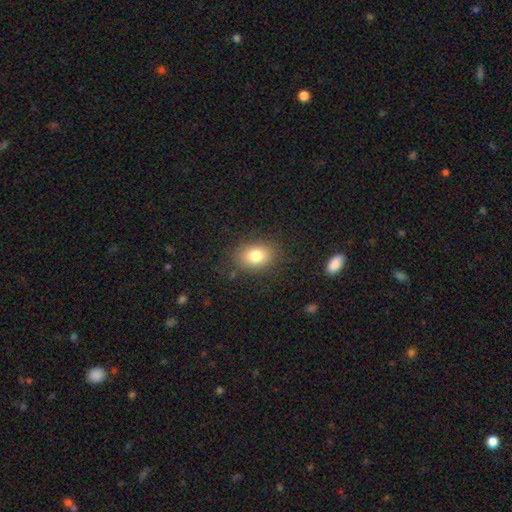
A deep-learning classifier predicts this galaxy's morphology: Smooth or featured: smooth — 79% (star or artifact — 10%)
How rounded: in between — 71% (round — 28%)
Merging: none — 84% (minor disturbance — 11%)